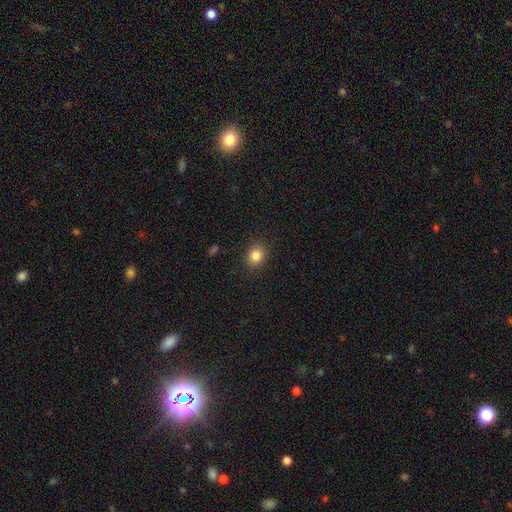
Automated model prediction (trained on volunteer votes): Q: Smooth or featured?
A: smooth (84%); runner-up: star or artifact (11%)
Q: How rounded?
A: round (65%); runner-up: in between (34%)
Q: Merging?
A: none (89%); runner-up: minor disturbance (8%)